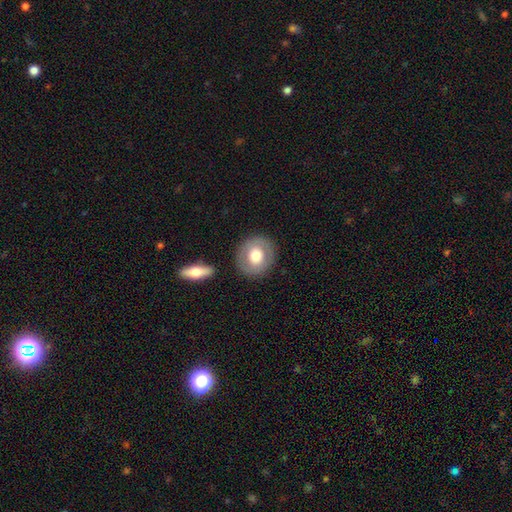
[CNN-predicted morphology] smooth_or_featured: smooth (p=0.62) [alt: featured or disk p=0.31]
how_rounded: round (p=0.85) [alt: in between p=0.14]
merging: none (p=0.86) [alt: minor disturbance p=0.08]